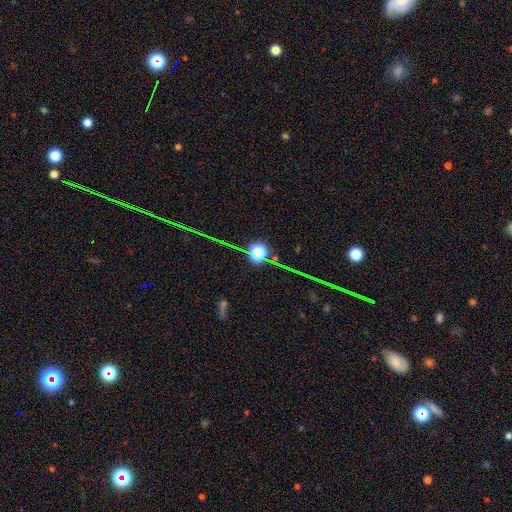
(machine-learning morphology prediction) This is likely a star or artifact rather than a galaxy (73%).